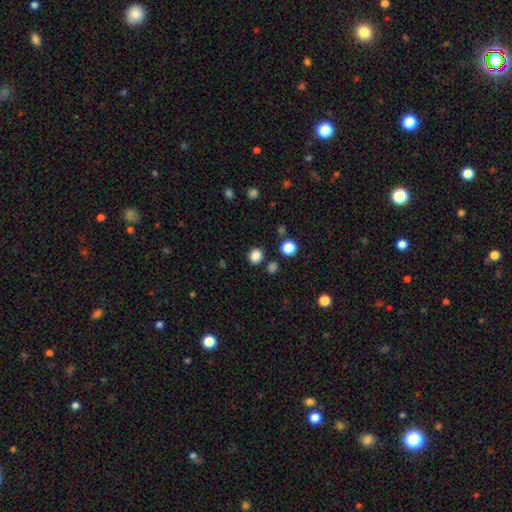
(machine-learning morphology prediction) Smooth or featured? smooth (84%)
How rounded? round (81%)
Merging? none (84%)